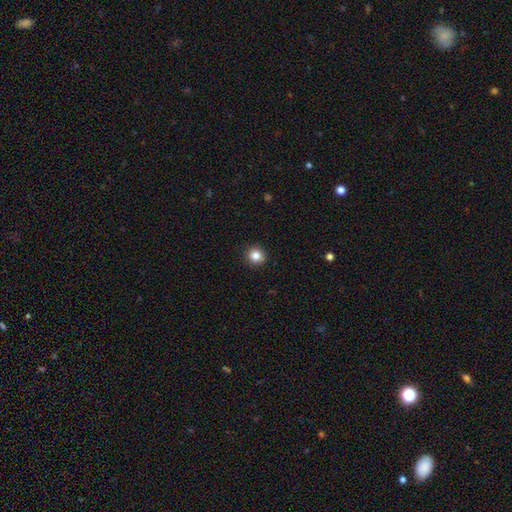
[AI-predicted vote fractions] smooth 84%, star or artifact 11%, featured or disk 5%. Down the decision tree: how rounded — round (93%); merging — none (93%).